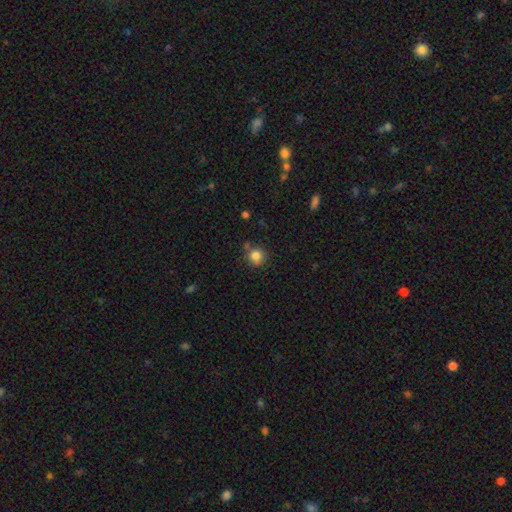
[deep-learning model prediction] This appears to be a smooth galaxy with no disk features (83%) that is round (89%). Merging: none (71%).